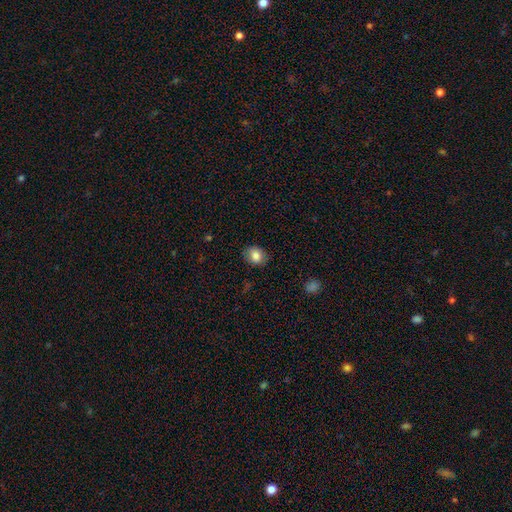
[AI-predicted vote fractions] Smooth or featured?
  - smooth: 83% *
  - star or artifact: 9%
  - featured or disk: 8%
How rounded?
  - in between: 50% *
  - round: 49%
  - cigar-shaped: 1%
Merging?
  - none: 83% *
  - minor disturbance: 13%
  - major disturbance: 3%
  - merger: 1%